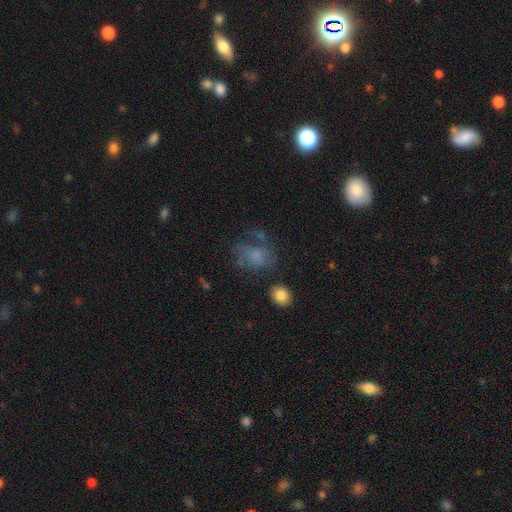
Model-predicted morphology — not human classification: Overall: smooth (51%; featured or disk 32%). How rounded: in between (54%; round 45%). Merging: none (42%; major disturbance 30%).